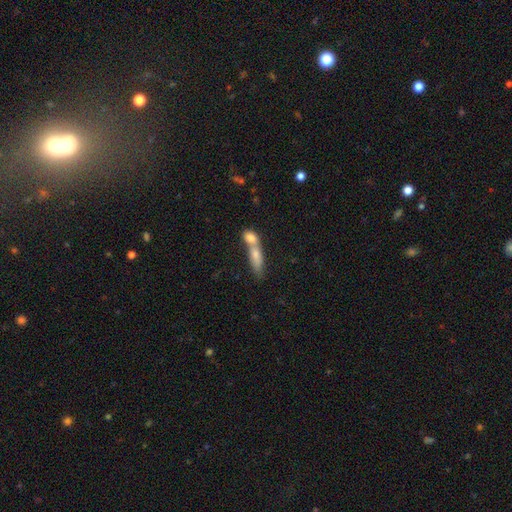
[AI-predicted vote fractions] Smooth or featured?
  - smooth: 73% *
  - featured or disk: 20%
  - star or artifact: 7%
How rounded?
  - in between: 53% *
  - cigar-shaped: 40%
  - round: 7%
Merging?
  - merger: 68% *
  - none: 21%
  - minor disturbance: 7%
  - major disturbance: 4%